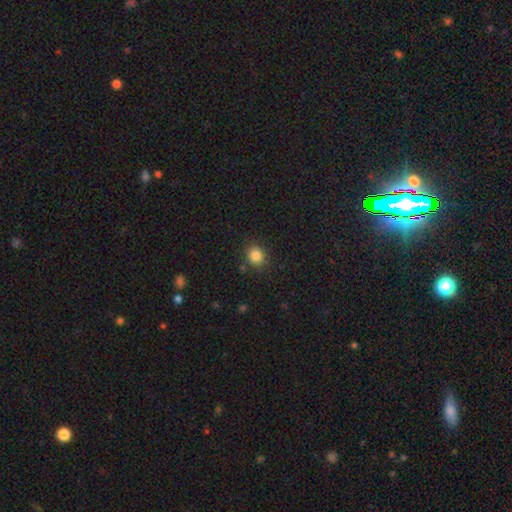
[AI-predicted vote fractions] Q: Smooth or featured?
A: smooth (84%); runner-up: star or artifact (11%)
Q: How rounded?
A: round (74%); runner-up: in between (25%)
Q: Merging?
A: none (85%); runner-up: minor disturbance (9%)